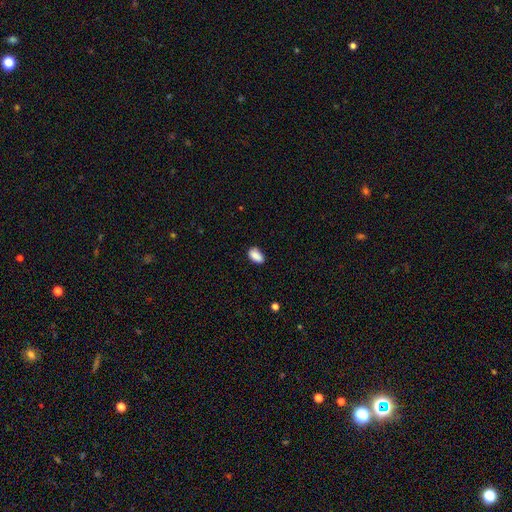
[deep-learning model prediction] Morphology: type=smooth (88%); roundness=in between (91%); merging=none (80%).